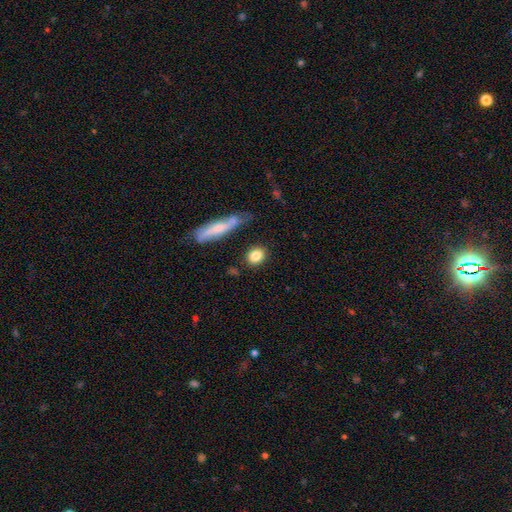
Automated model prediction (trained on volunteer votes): Smooth or featured? Predicted: smooth (p=0.83). How rounded? Predicted: round (p=0.59). Merging? Predicted: none (p=0.81).